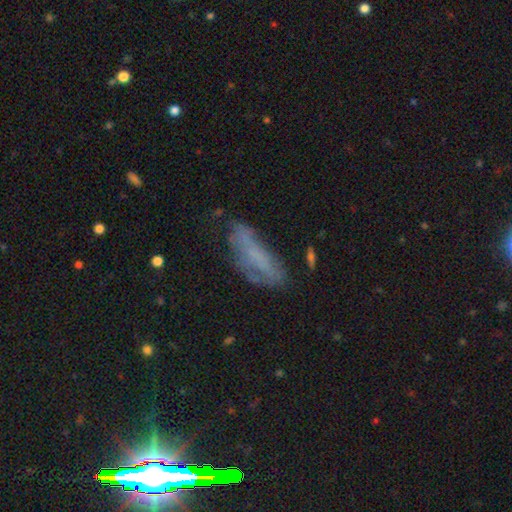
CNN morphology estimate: Smooth or featured? Predicted: smooth (p=0.46). Merging? Predicted: none (p=0.50).